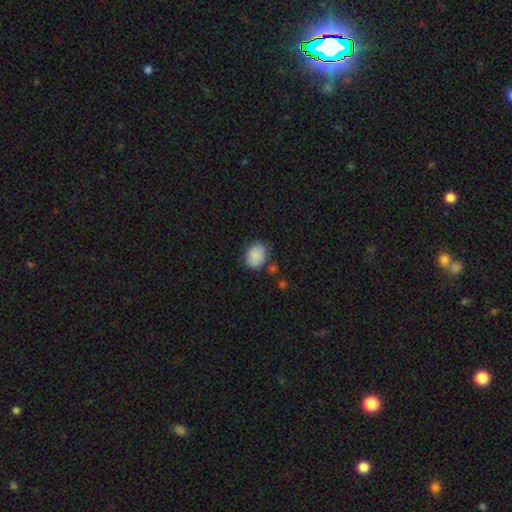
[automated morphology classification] smooth-or-featured: smooth: 88% | star or artifact: 8% | featured or disk: 4%
  how-rounded: in between: 62% | round: 37% | cigar-shaped: 1%
  merging: none: 78% | minor disturbance: 15% | merger: 4% | major disturbance: 4%